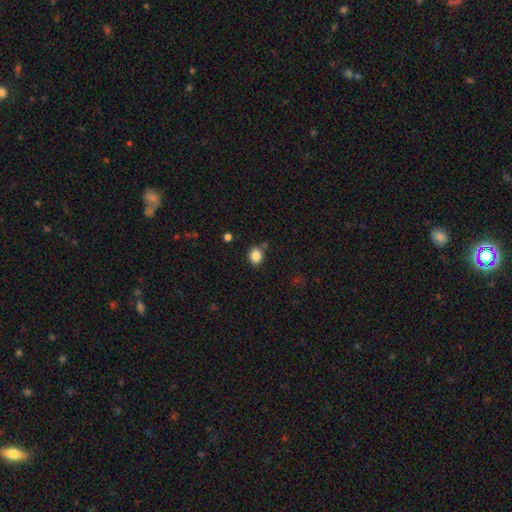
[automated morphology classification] type=smooth (86%); roundness=round (64%); merging=none (77%).